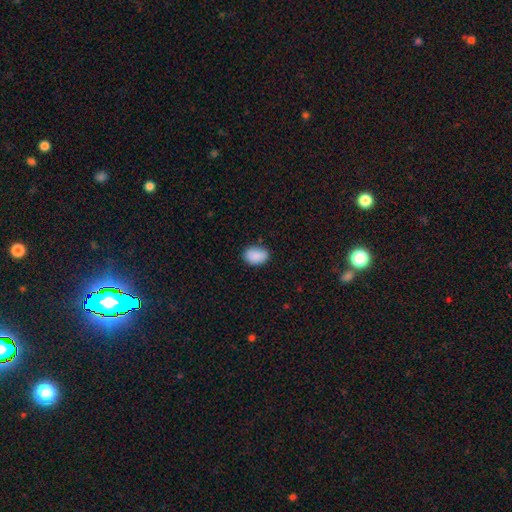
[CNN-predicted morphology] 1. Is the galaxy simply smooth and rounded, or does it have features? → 89% smooth, 7% star or artifact, 4% featured or disk.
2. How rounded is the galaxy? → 76% in between, 23% round, 1% cigar-shaped.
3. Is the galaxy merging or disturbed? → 80% none, 15% minor disturbance, 3% major disturbance, 1% merger.